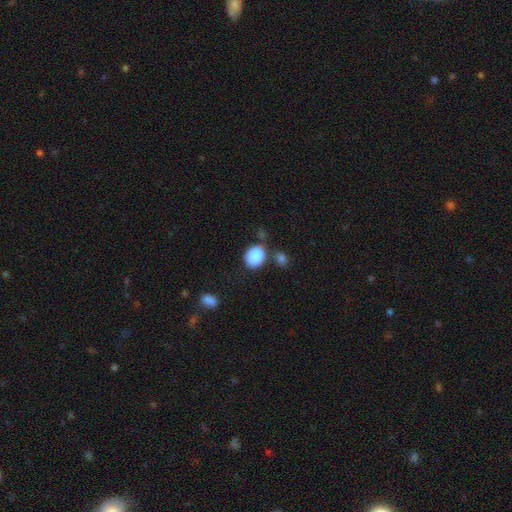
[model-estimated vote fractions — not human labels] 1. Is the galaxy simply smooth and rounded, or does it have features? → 88% smooth, 8% star or artifact, 5% featured or disk.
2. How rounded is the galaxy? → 59% in between, 40% round, 1% cigar-shaped.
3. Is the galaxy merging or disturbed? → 59% none, 20% minor disturbance, 14% merger, 7% major disturbance.